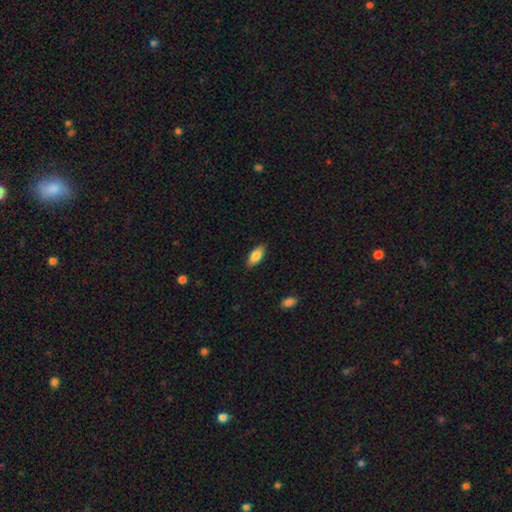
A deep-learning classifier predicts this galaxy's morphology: This appears to be a smooth galaxy with no disk features (81%) that is in between round and cigar-shaped (82%). Merging: none (86%).